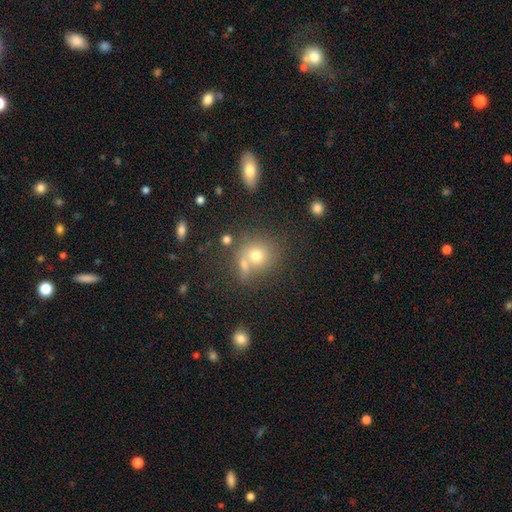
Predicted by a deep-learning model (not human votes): Morphology: type=smooth (70%); roundness=round (77%); merging=none (51%).